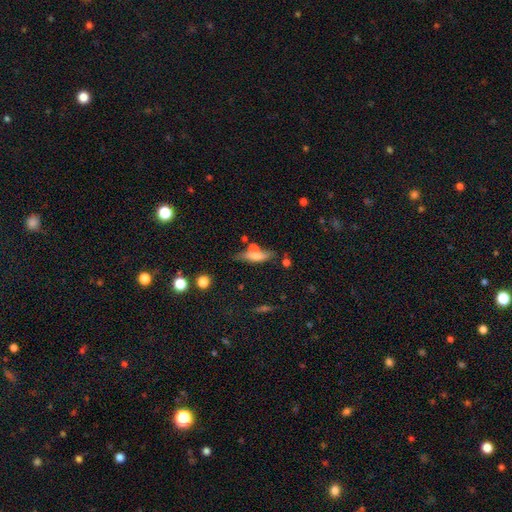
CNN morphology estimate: Smooth or featured?
  - smooth: 56% *
  - featured or disk: 35%
  - star or artifact: 9%
How rounded?
  - cigar-shaped: 66% *
  - in between: 31%
  - round: 3%
Merging?
  - none: 56% *
  - merger: 21%
  - minor disturbance: 16%
  - major disturbance: 6%